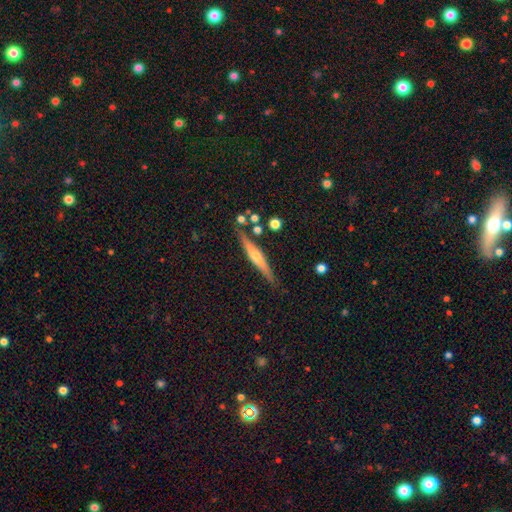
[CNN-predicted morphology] This appears to be a featured or disk galaxy (68%) viewed edge-on (96%) with a rounded central bulge (83%). Merging: none (84%).